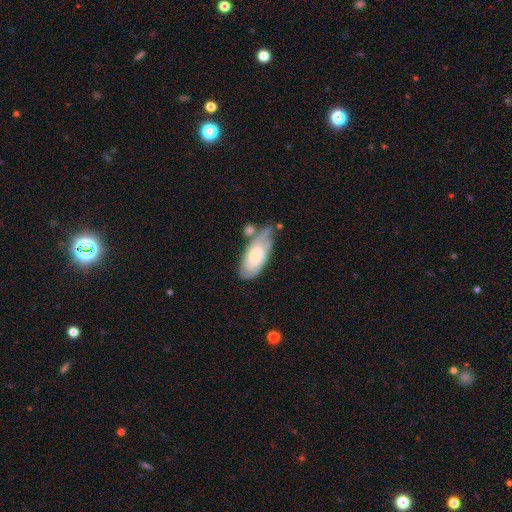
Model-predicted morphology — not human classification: A featured or disk galaxy (54%).

Vote fractions:
- Smooth or featured? featured or disk: 54% / smooth: 40% / star or artifact: 6%
- Edge-on disk? no: 88% / yes: 12%
- Merging? none: 44% / minor disturbance: 29% / merger: 16% / major disturbance: 11%